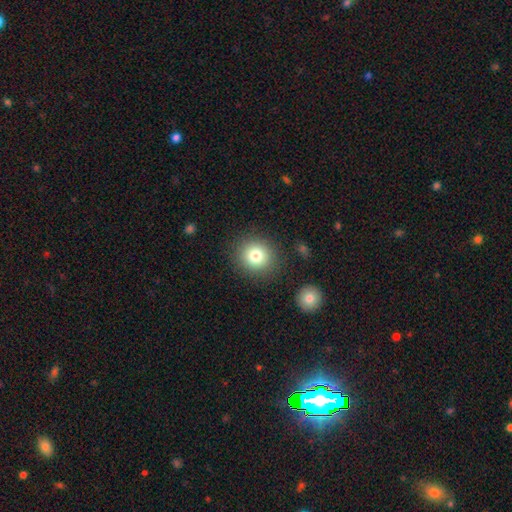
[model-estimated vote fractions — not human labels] smooth-or-featured: smooth: 79% | star or artifact: 12% | featured or disk: 10%
  how-rounded: round: 90% | in between: 9% | cigar-shaped: 1%
  merging: none: 87% | minor disturbance: 8% | major disturbance: 3% | merger: 2%